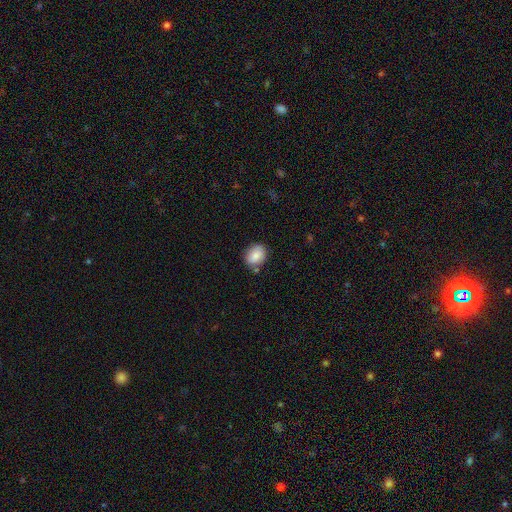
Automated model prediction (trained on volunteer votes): Q: Smooth or featured?
A: smooth (83%); runner-up: featured or disk (9%)
Q: How rounded?
A: in between (53%); runner-up: round (46%)
Q: Merging?
A: none (77%); runner-up: minor disturbance (15%)